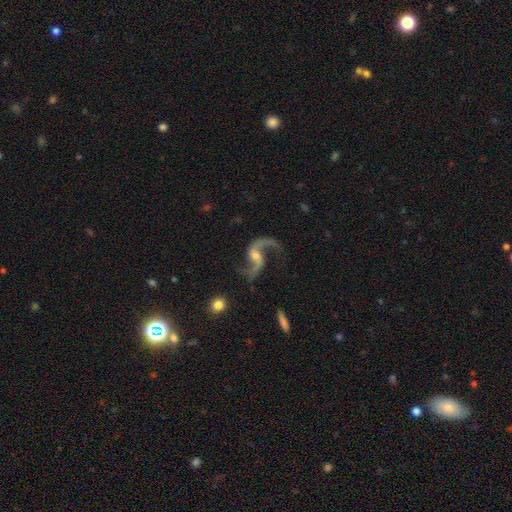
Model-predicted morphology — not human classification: A featured or disk galaxy (92%) with no bar (47%), 2 (93%) loose (83%) spiral arms (98%) and a small central bulge (44%). Merging: none (73%).